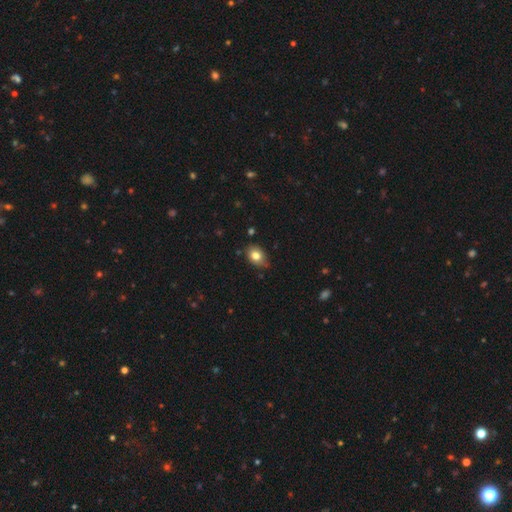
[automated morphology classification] Q: Smooth or featured?
A: smooth (80%); runner-up: featured or disk (11%)
Q: How rounded?
A: in between (71%); runner-up: round (28%)
Q: Merging?
A: none (71%); runner-up: minor disturbance (24%)